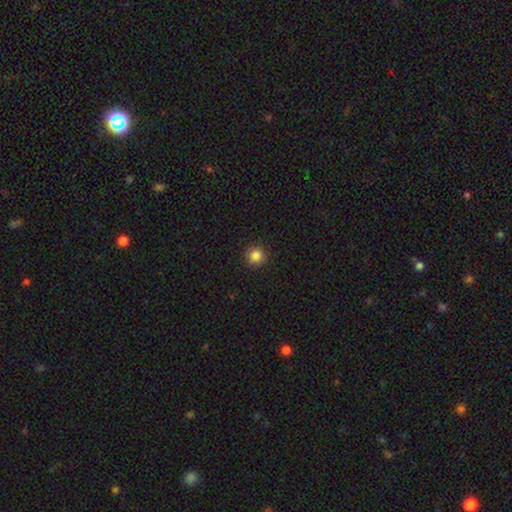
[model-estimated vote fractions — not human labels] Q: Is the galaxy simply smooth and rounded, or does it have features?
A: smooth — 85%.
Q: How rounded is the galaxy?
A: round — 95%.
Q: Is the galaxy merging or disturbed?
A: none — 91%.